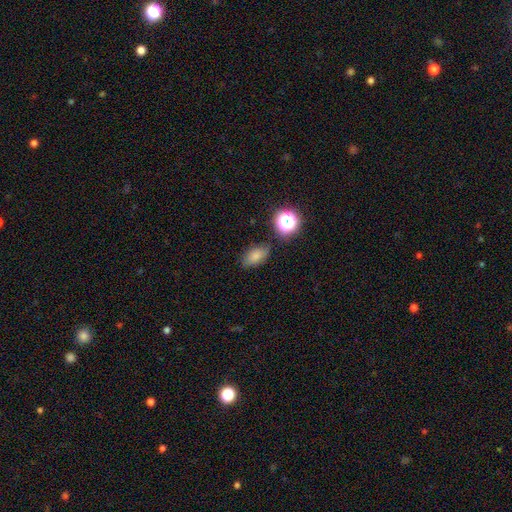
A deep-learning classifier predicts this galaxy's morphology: A smooth galaxy with no disk features (77%) that is in between round and cigar-shaped (84%).

Vote fractions:
- Smooth or featured? smooth: 77% / star or artifact: 14% / featured or disk: 9%
- How rounded? in between: 84% / round: 13% / cigar-shaped: 3%
- Merging? none: 76% / minor disturbance: 17% / major disturbance: 4% / merger: 3%